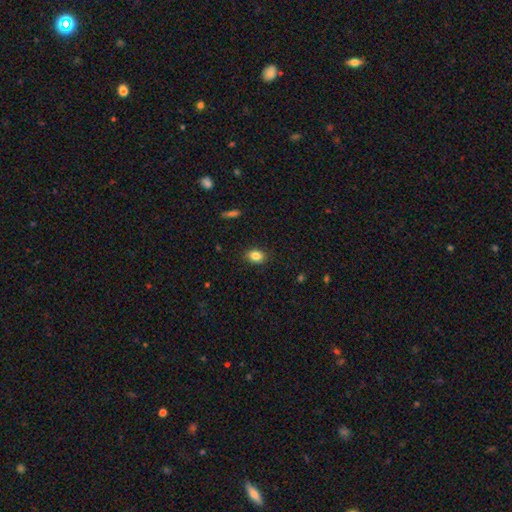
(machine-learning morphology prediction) Smooth or featured? smooth (85%)
How rounded? in between (68%)
Merging? none (87%)